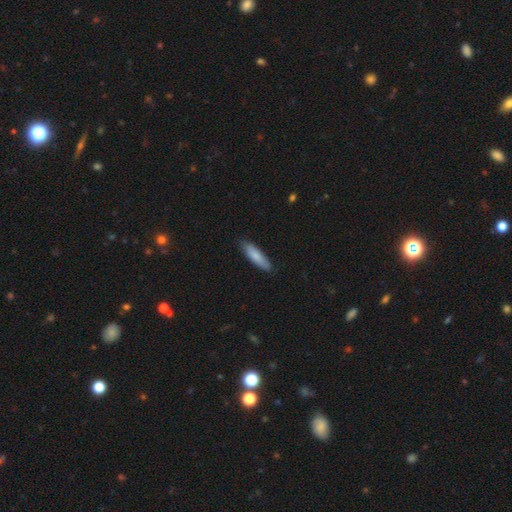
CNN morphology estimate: This is clearly a smooth galaxy (82%). How rounded: likely cigar-shaped (68%). Merging: clearly none (87%).